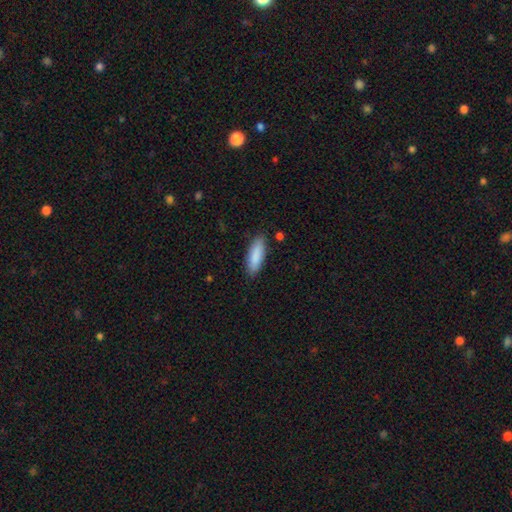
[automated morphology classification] A smooth galaxy with no disk features (88%) that is in between round and cigar-shaped (57%).

Vote fractions:
- Smooth or featured? smooth: 88% / featured or disk: 6% / star or artifact: 6%
- How rounded? in between: 57% / cigar-shaped: 42% / round: 2%
- Merging? none: 86% / minor disturbance: 11% / major disturbance: 2% / merger: 2%